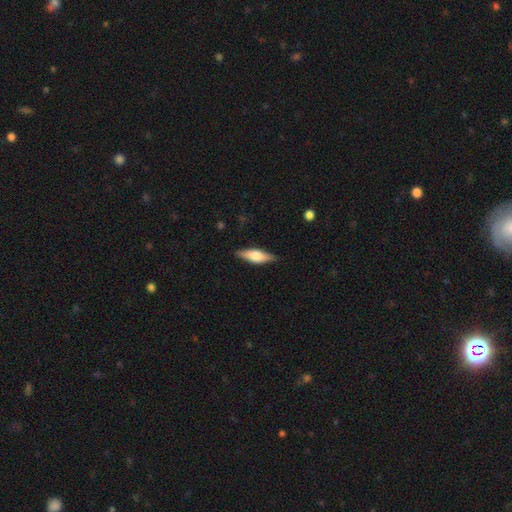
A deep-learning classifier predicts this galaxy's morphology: This is possibly a smooth galaxy (53%). How rounded: possibly in between (53%). Merging: clearly none (85%).